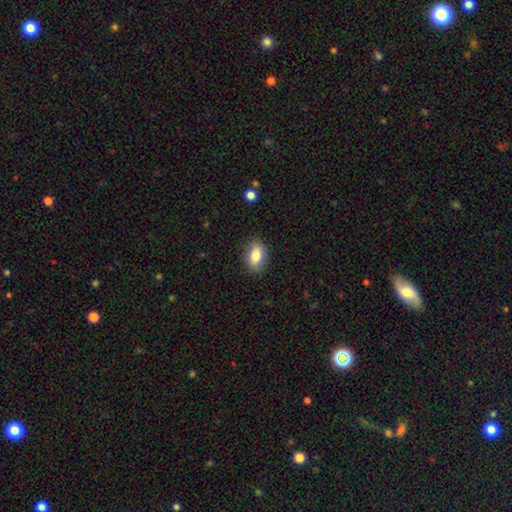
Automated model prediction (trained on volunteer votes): Smooth or featured? Predicted: smooth (p=0.82). How rounded? Predicted: in between (p=0.86). Merging? Predicted: none (p=0.85).